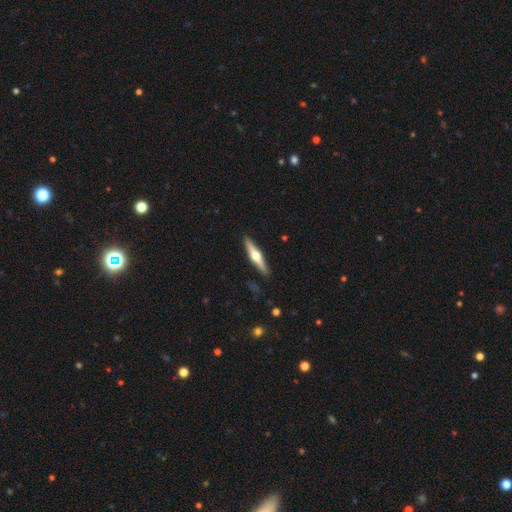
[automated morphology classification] The model was most divided on "smooth or featured": featured or disk: 66%, smooth: 29%, star or artifact: 5%. More confident: edge-on disk — yes (97%); edge-on bulge — rounded (96%); merging — none (91%).